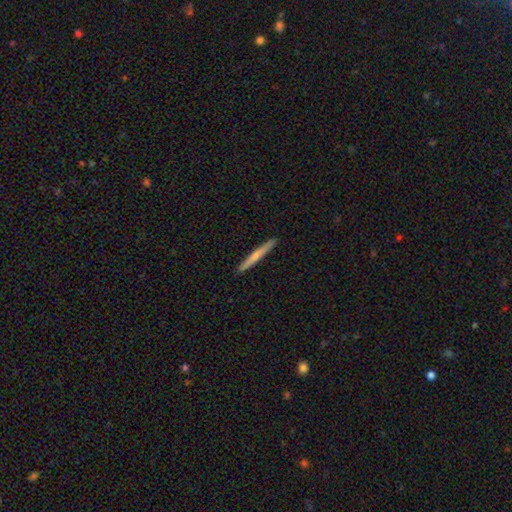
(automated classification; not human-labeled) Q: Smooth or featured?
A: smooth (59%); runner-up: featured or disk (35%)
Q: How rounded?
A: cigar-shaped (97%); runner-up: in between (2%)
Q: Merging?
A: none (92%); runner-up: minor disturbance (6%)